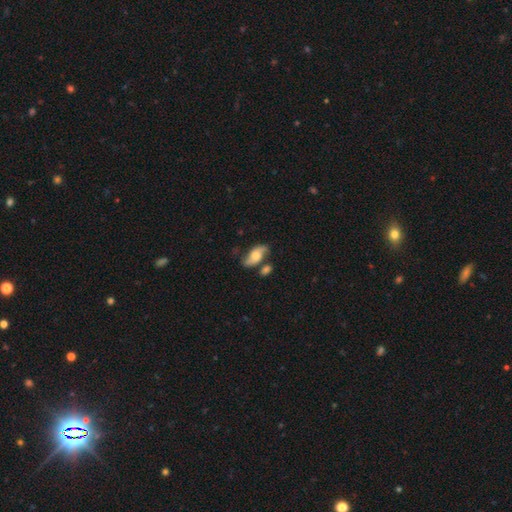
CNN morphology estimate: Smooth or featured? featured or disk (61%)
Edge-on disk? no (92%)
Bar? no (66%)
Spiral arms? yes (89%)
Bulge size? moderate (51%)
Merging? none (56%)